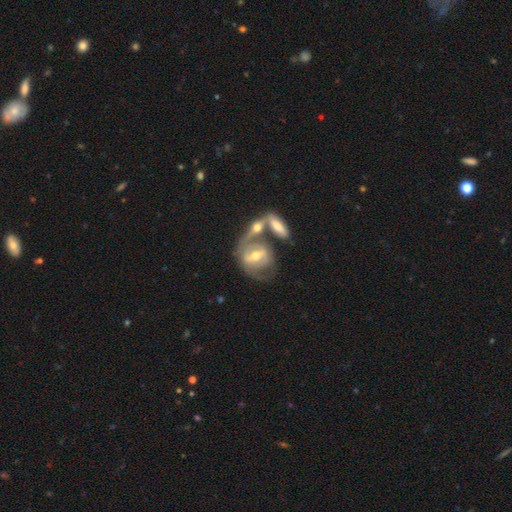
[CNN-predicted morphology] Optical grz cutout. It shows a featured or disk galaxy (71%) with a strong bar (42%), spiral arms (69%) and a moderate central bulge (67%). Merging: merger (41%).